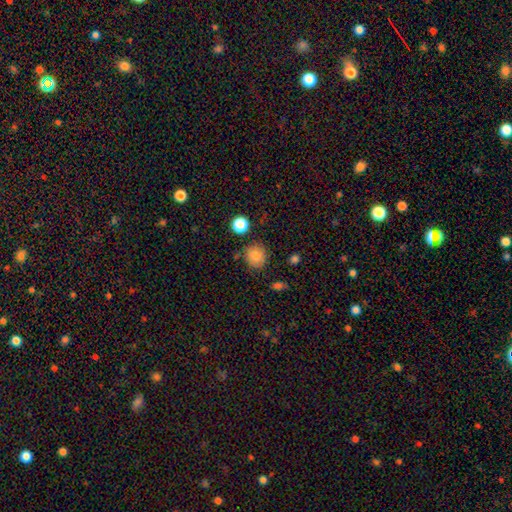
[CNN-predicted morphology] The model was most divided on "merging": none: 80%, minor disturbance: 13%, merger: 4%, major disturbance: 3%. More confident: how rounded — round (87%); smooth or featured — smooth (81%).